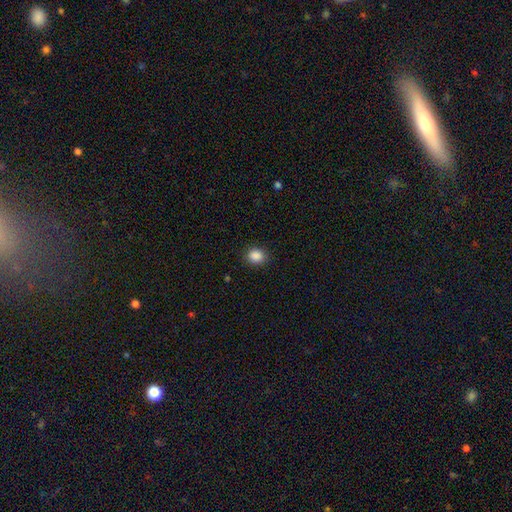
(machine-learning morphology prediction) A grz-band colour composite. It shows a smooth galaxy with no disk features (87%) that is round (71%). Merging: none (89%).